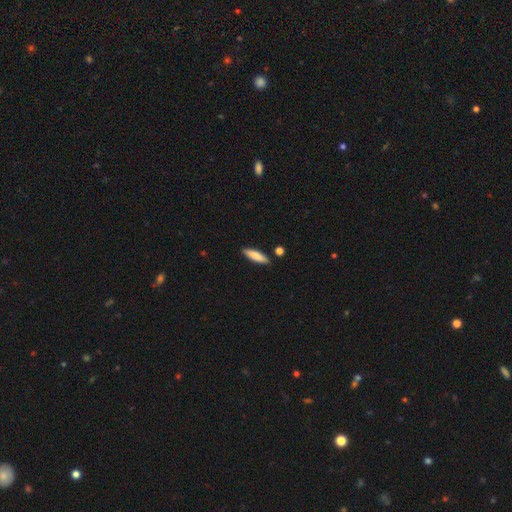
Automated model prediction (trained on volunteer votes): Q: Smooth or featured?
A: smooth (78%); runner-up: featured or disk (16%)
Q: How rounded?
A: cigar-shaped (63%); runner-up: in between (35%)
Q: Merging?
A: none (86%); runner-up: minor disturbance (9%)